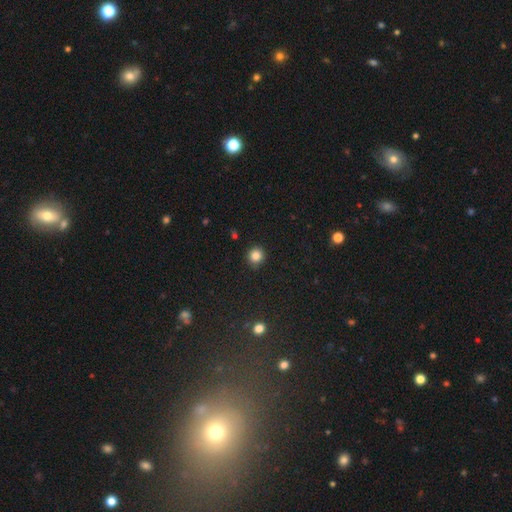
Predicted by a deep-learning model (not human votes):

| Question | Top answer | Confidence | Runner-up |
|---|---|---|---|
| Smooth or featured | smooth | 84% | star or artifact (12%) |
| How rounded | round | 93% | in between (6%) |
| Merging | none | 91% | minor disturbance (6%) |